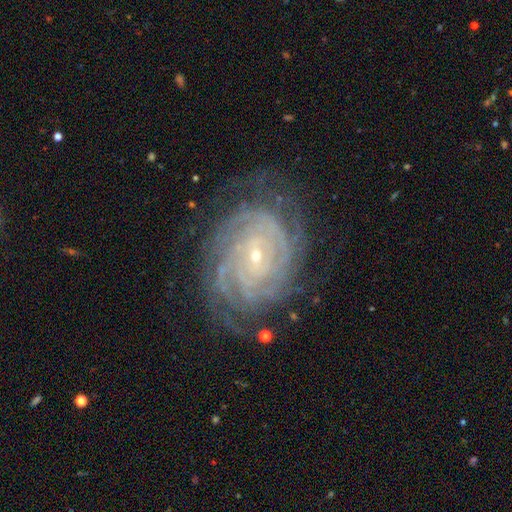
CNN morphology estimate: Overall: featured or disk (89%). Edge-on disk: no (97%). Bar: no (55%; weak 32%). Spiral arms: yes (98%). Spiral arm count: 4 (27%; can't tell 24%). Spiral winding: tight (84%). Bulge size: small (82%). Merging: none (76%).